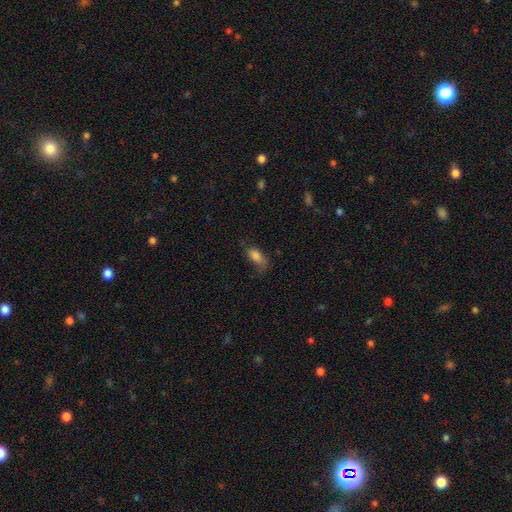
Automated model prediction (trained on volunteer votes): Smooth or featured? smooth (82%)
How rounded? in between (85%)
Merging? none (49%)